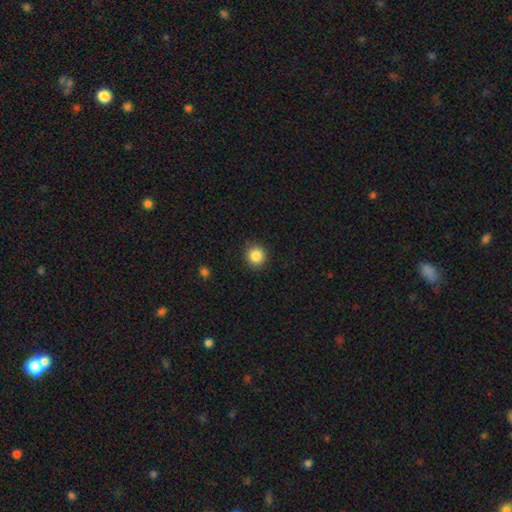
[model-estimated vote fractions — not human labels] Q: Smooth or featured?
A: smooth (87%); runner-up: star or artifact (10%)
Q: How rounded?
A: round (91%); runner-up: in between (8%)
Q: Merging?
A: none (91%); runner-up: minor disturbance (6%)